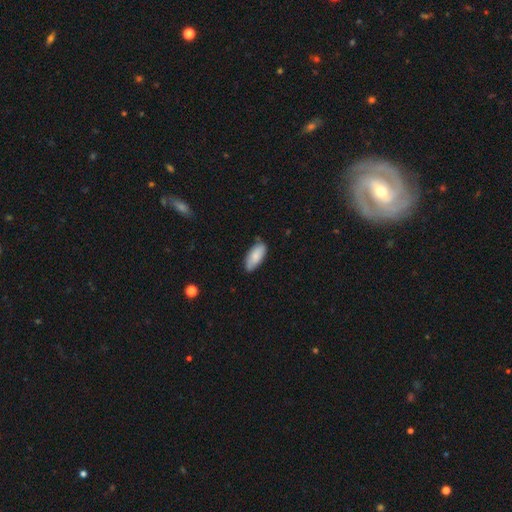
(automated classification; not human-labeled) A smooth galaxy with no disk features (82%) that is in between round and cigar-shaped (87%). Merging: none (76%).